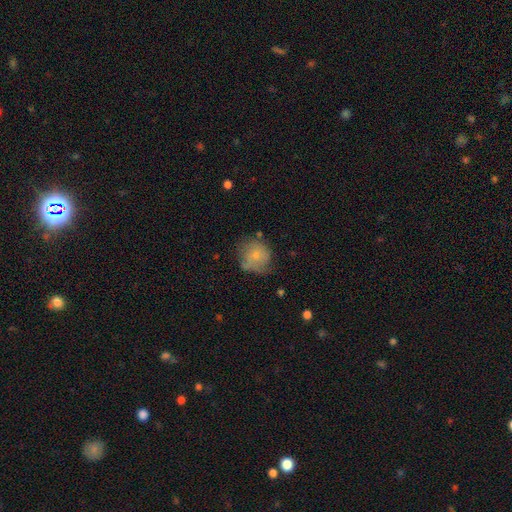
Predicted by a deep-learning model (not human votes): smooth 68%, featured or disk 23%, star or artifact 8%. Down the decision tree: how rounded — round (82%); merging — none (53%).